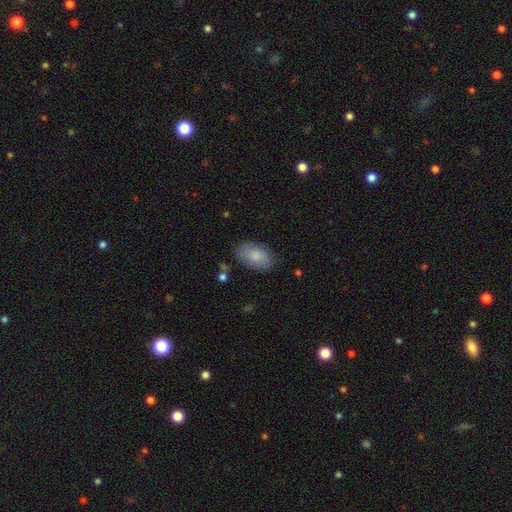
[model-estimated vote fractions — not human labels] A smooth galaxy with no disk features (82%) that is in between round and cigar-shaped (93%). Merging: none (78%).